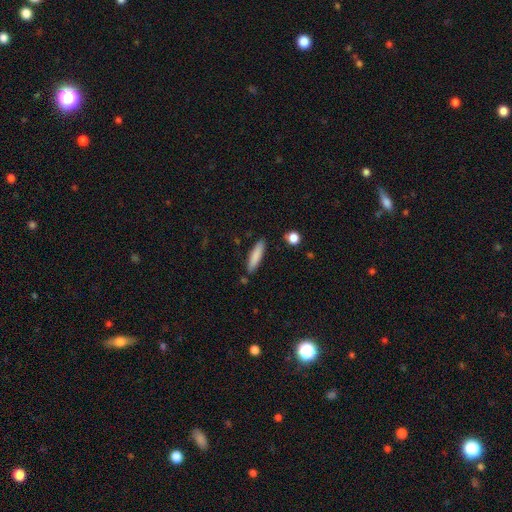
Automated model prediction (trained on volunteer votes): smooth_or_featured: smooth (p=0.82) [alt: featured or disk p=0.12]
how_rounded: cigar-shaped (p=0.80) [alt: in between p=0.18]
merging: none (p=0.84) [alt: minor disturbance p=0.10]